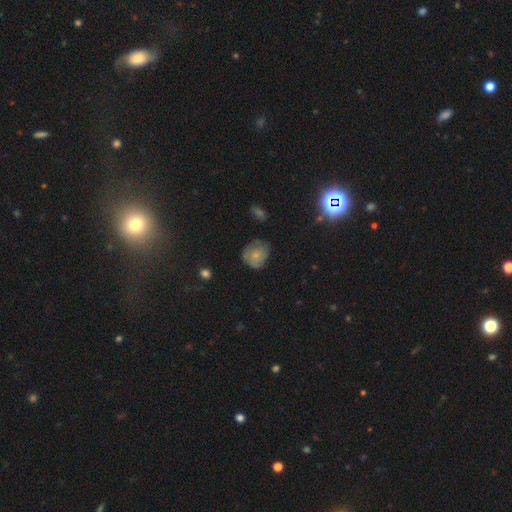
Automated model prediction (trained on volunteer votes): This appears to be a smooth galaxy with no disk features (67%) that is round (68%). Merging: none (55%).